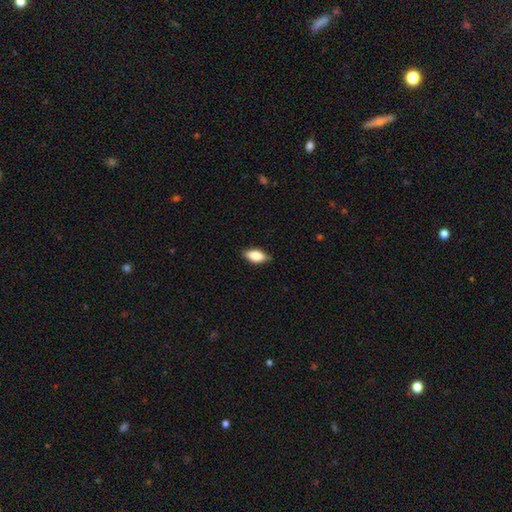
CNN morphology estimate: Q: Smooth or featured?
A: smooth (83%); runner-up: featured or disk (11%)
Q: How rounded?
A: in between (88%); runner-up: cigar-shaped (9%)
Q: Merging?
A: none (84%); runner-up: minor disturbance (13%)